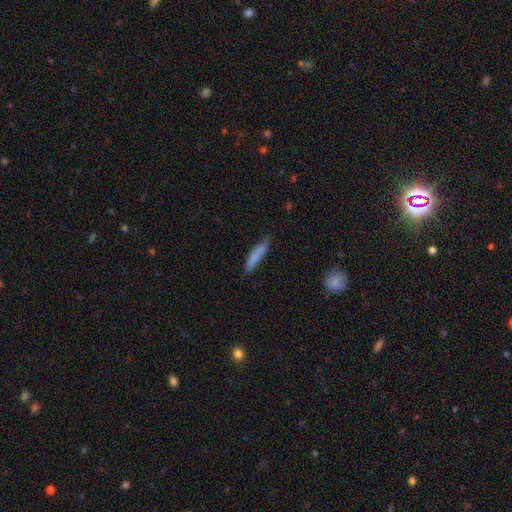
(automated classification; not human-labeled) This is clearly a smooth galaxy (82%). How rounded: clearly cigar-shaped (84%). Merging: likely none (71%).